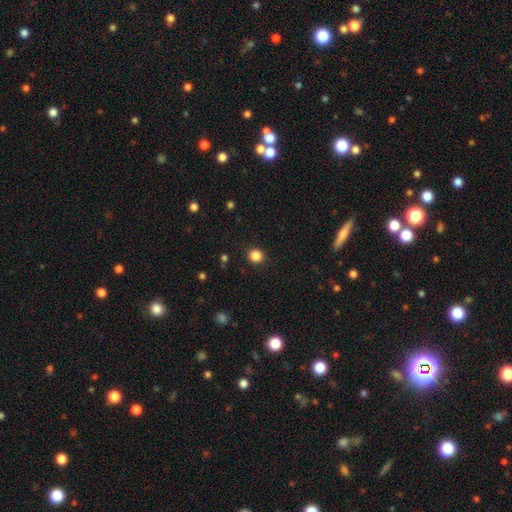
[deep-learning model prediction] Smooth or featured? Predicted: smooth (p=0.85). How rounded? Predicted: round (p=0.90). Merging? Predicted: none (p=0.91).